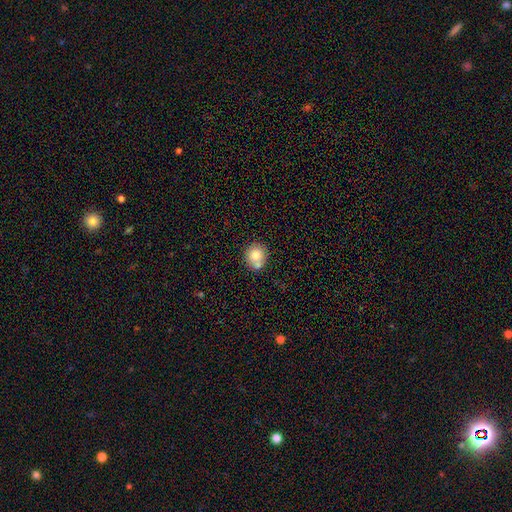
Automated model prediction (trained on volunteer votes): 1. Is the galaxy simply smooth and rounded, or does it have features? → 77% smooth, 13% featured or disk, 9% star or artifact.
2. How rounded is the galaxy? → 81% round, 18% in between, 1% cigar-shaped.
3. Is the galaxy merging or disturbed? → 56% none, 28% merger, 13% minor disturbance, 3% major disturbance.